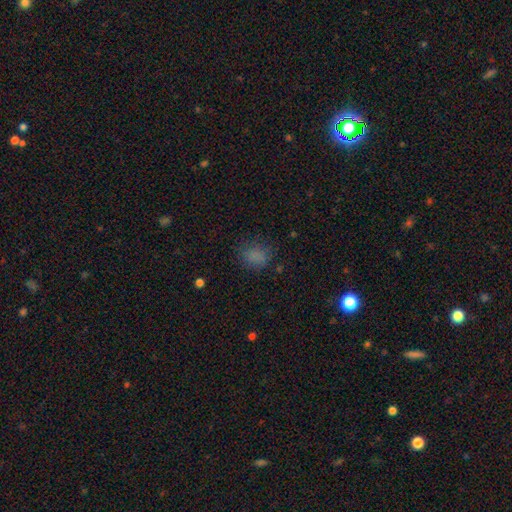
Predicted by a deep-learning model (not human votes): Smooth or featured? Predicted: smooth (p=0.77). How rounded? Predicted: round (p=0.55). Merging? Predicted: none (p=0.73).